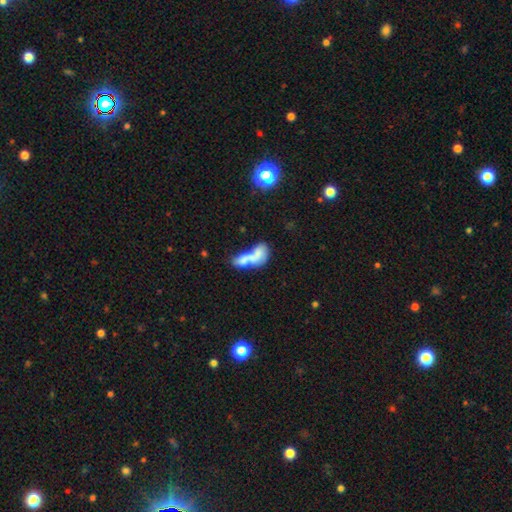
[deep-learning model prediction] Overall: smooth (65%; featured or disk 25%). How rounded: in between (80%). Merging: merger (72%).